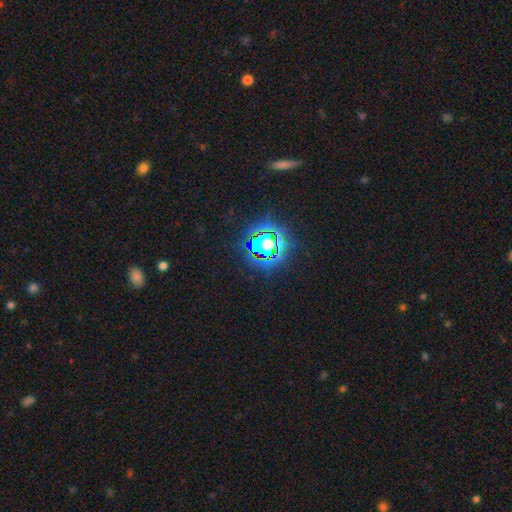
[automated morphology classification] Overall: star or artifact (83%).